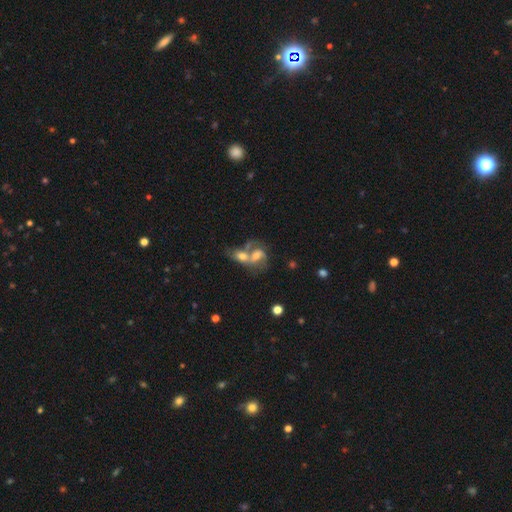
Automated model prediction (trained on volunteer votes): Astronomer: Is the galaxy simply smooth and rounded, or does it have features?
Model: featured or disk — 55% (runner-up: smooth, 35%).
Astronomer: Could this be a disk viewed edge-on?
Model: no — 95%.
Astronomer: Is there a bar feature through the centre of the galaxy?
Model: no — 53% (runner-up: weak, 35%).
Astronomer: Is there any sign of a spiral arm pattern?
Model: yes — 69%.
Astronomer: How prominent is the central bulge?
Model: moderate — 56%.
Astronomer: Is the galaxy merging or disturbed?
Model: merger — 74%.